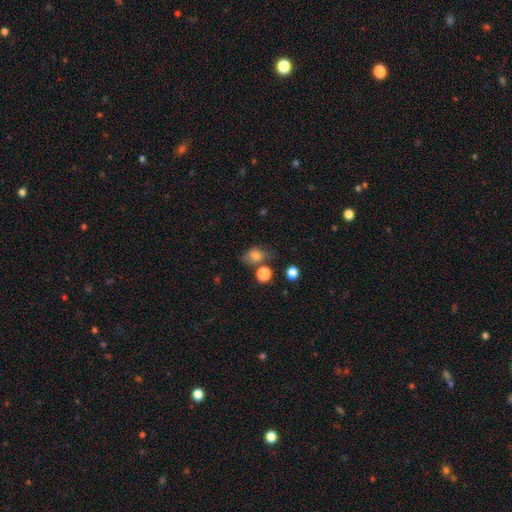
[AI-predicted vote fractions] smooth-or-featured: smooth: 79% | star or artifact: 12% | featured or disk: 9%
  how-rounded: in between: 51% | round: 48% | cigar-shaped: 1%
  merging: none: 59% | minor disturbance: 20% | merger: 13% | major disturbance: 8%